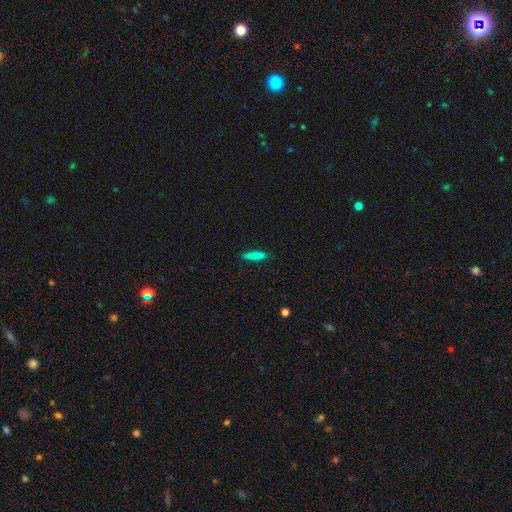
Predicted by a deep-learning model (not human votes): A smooth galaxy with no disk features (83%) that is cigar-shaped (83%).

Vote fractions:
- Smooth or featured? smooth: 83% / featured or disk: 10% / star or artifact: 8%
- How rounded? cigar-shaped: 83% / in between: 15% / round: 2%
- Merging? none: 86% / minor disturbance: 11% / major disturbance: 2% / merger: 1%